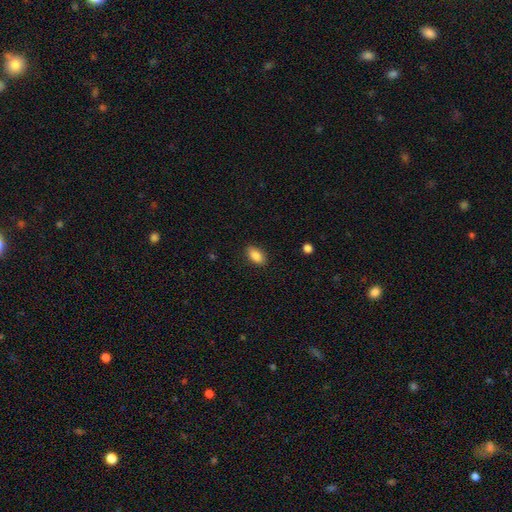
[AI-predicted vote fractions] Smooth or featured? smooth (87%)
How rounded? in between (92%)
Merging? none (88%)